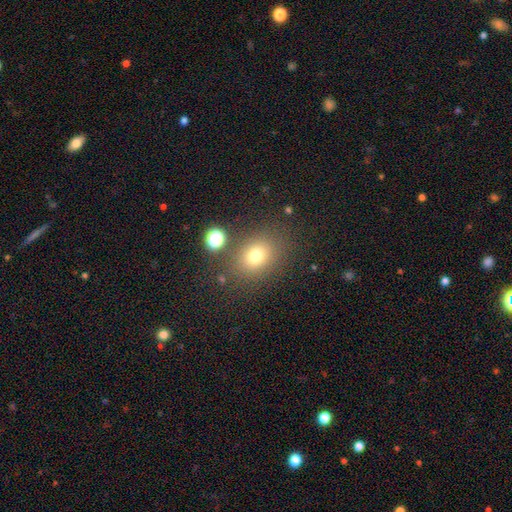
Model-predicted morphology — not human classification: Smooth or featured? Predicted: smooth (p=0.73). How rounded? Predicted: round (p=0.52). Merging? Predicted: none (p=0.79).